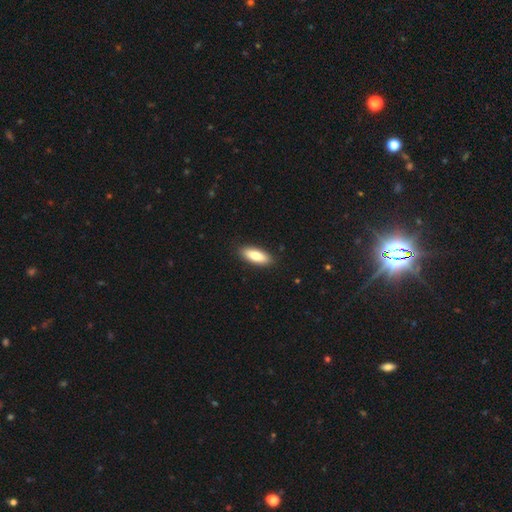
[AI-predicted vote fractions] Smooth or featured? smooth (81%)
How rounded? in between (70%)
Merging? none (89%)